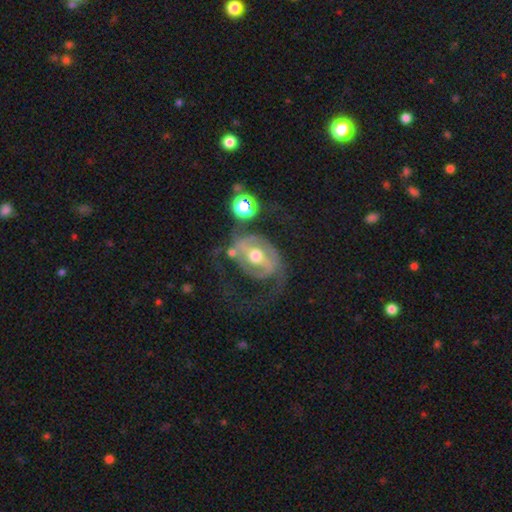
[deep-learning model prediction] A featured or disk galaxy (83%) with a strong bar (45%), 2 (71%) medium (47%) spiral arms (83%) and a moderate central bulge (75%). Merging: none (46%).